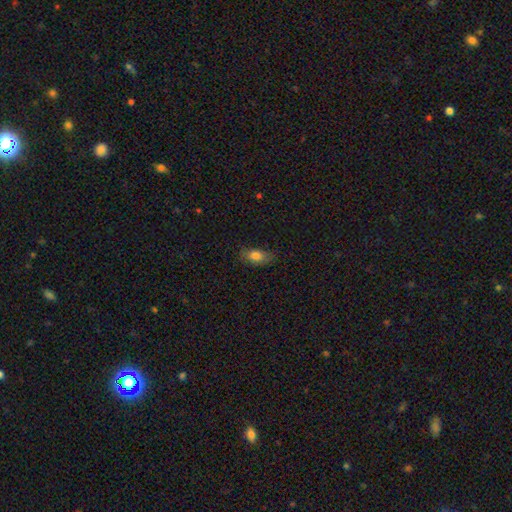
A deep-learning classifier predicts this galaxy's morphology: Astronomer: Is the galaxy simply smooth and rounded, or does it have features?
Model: smooth — 79%.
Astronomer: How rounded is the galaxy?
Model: in between — 85%.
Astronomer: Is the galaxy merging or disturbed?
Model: none — 70%.